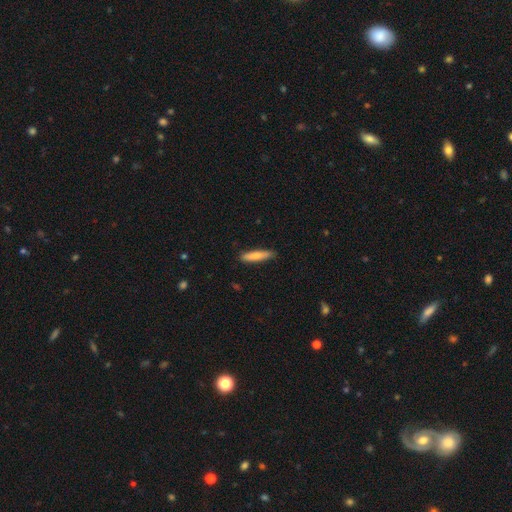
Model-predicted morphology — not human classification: This is likely a smooth galaxy (78%). How rounded: clearly cigar-shaped (85%). Merging: clearly none (86%).